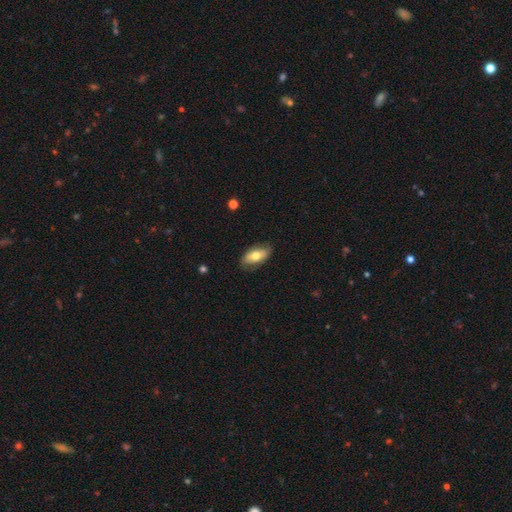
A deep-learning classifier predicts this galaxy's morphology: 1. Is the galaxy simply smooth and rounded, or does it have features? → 65% smooth, 29% featured or disk, 6% star or artifact.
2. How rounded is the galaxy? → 90% in between, 7% cigar-shaped, 4% round.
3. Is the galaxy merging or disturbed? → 79% none, 16% minor disturbance, 3% major disturbance, 1% merger.